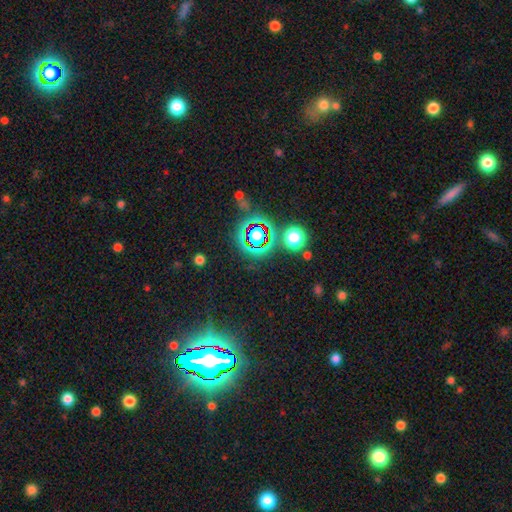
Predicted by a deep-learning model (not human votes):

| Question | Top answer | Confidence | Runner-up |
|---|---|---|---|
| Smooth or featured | star or artifact | 81% | smooth (11%) |